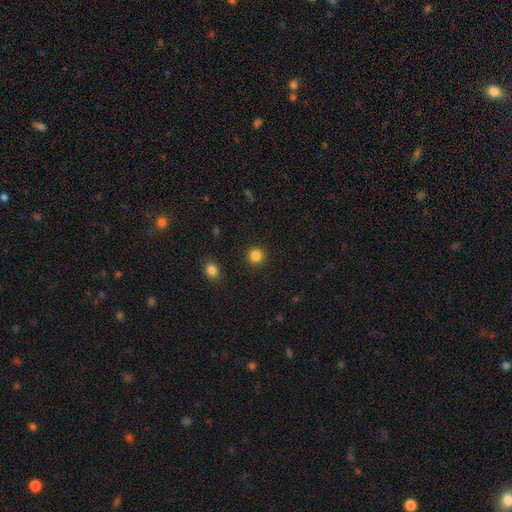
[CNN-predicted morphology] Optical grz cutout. It shows a smooth galaxy with no disk features (84%) that is round (94%). Merging: none (91%).